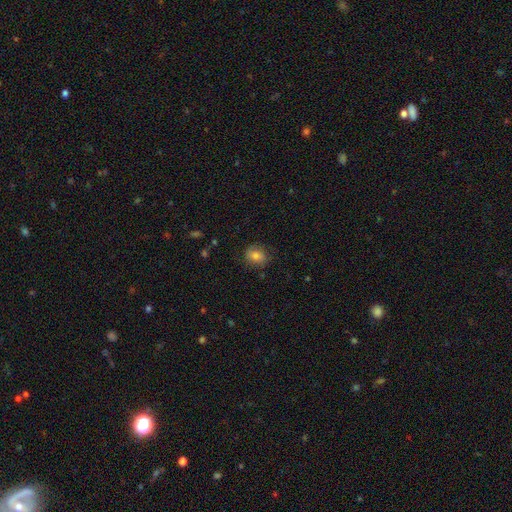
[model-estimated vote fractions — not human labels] Smooth or featured? Predicted: smooth (p=0.75). How rounded? Predicted: round (p=0.50). Merging? Predicted: none (p=0.76).